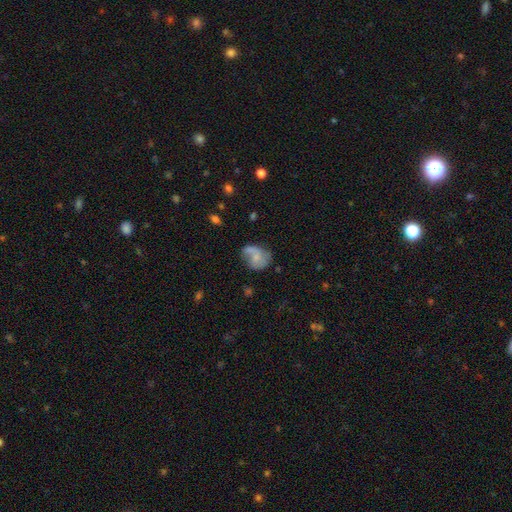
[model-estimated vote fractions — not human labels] Smooth or featured: smooth — 49% (featured or disk — 42%)
Merging: none — 39% (minor disturbance — 26%)